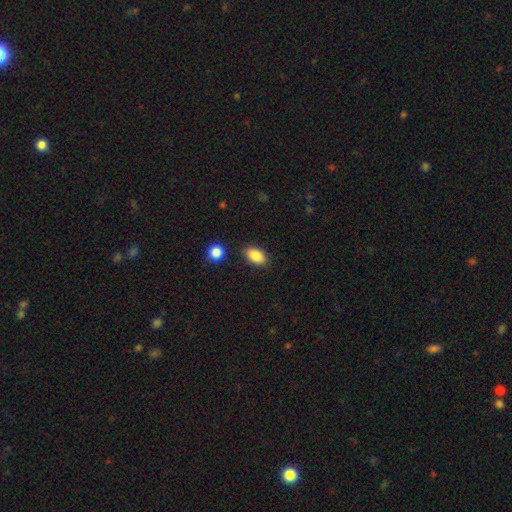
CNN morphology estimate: Smooth or featured: smooth — 88% (star or artifact — 7%)
How rounded: in between — 91% (round — 7%)
Merging: none — 85% (minor disturbance — 10%)